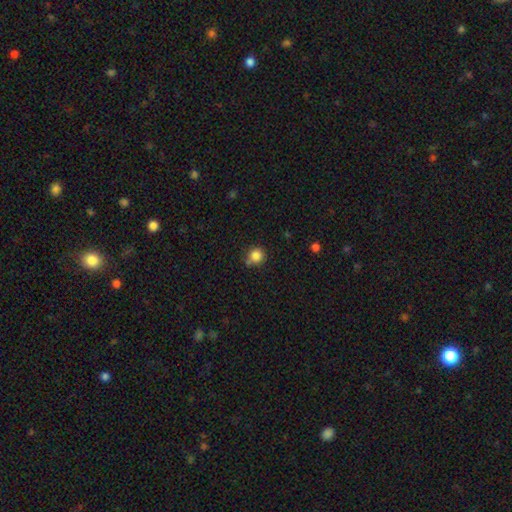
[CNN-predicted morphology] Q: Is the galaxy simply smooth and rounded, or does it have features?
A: smooth — 84%.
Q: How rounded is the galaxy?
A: round — 91%.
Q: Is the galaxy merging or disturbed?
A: none — 71%.